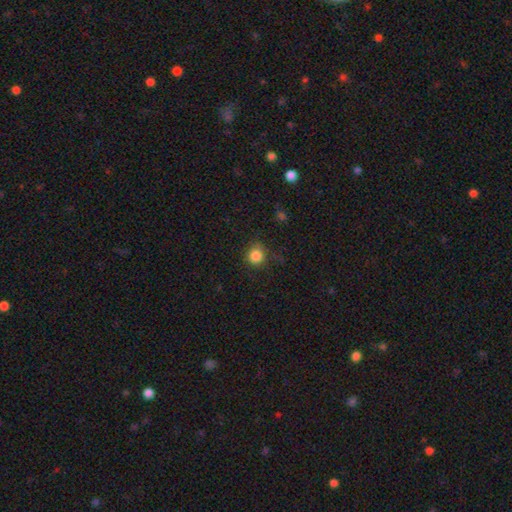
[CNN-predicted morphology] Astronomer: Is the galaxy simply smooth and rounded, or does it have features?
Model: smooth — 84%.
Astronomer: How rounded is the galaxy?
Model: round — 89%.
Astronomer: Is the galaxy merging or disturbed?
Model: none — 79%.